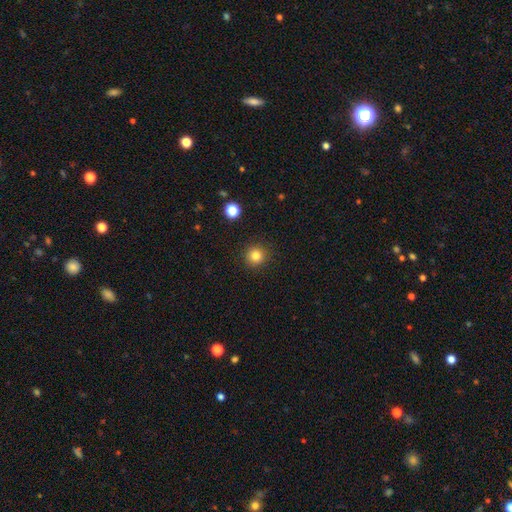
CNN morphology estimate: type=smooth (82%); roundness=round (95%); merging=none (91%).